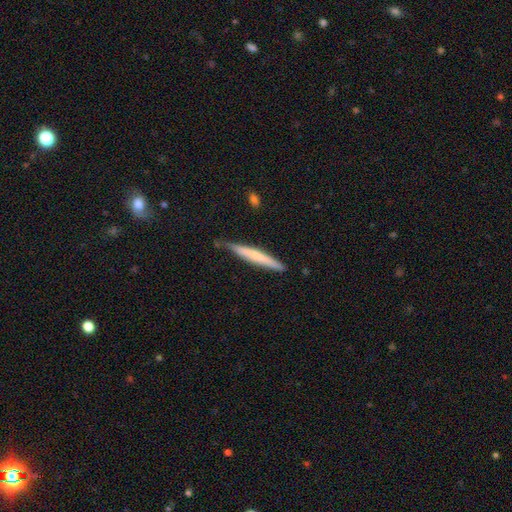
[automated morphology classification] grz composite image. It shows a smooth galaxy with no disk features (57%) that is cigar-shaped (95%). Merging: none (77%).